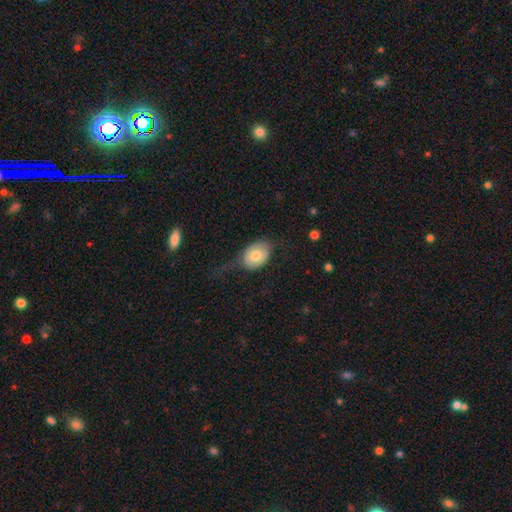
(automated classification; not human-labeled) Smooth or featured?
  - smooth: 59% *
  - featured or disk: 35%
  - star or artifact: 6%
How rounded?
  - in between: 76% *
  - round: 23%
  - cigar-shaped: 1%
Merging?
  - none: 41% *
  - major disturbance: 31%
  - minor disturbance: 25%
  - merger: 2%